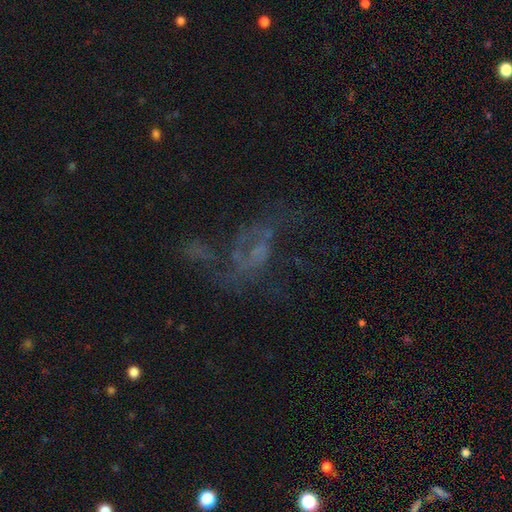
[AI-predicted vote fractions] A featured or disk galaxy (49%). Merging: none (38%).